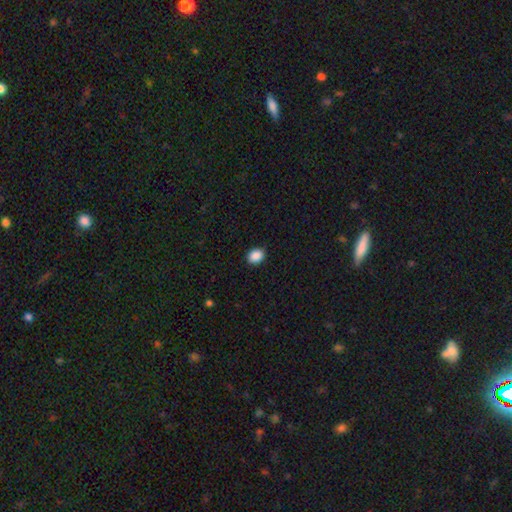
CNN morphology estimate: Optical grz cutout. It shows a smooth galaxy with no disk features (90%) that is in between round and cigar-shaped (57%). Merging: none (90%).